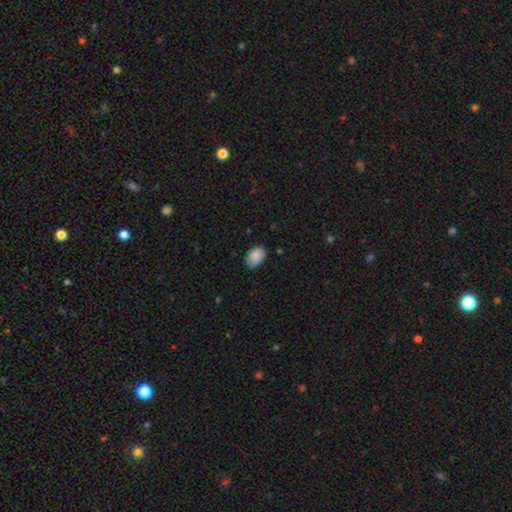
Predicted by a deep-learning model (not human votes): The model was most divided on "merging": none: 75%, minor disturbance: 21%, major disturbance: 3%, merger: 1%. More confident: smooth or featured — smooth (88%); how rounded — in between (88%).